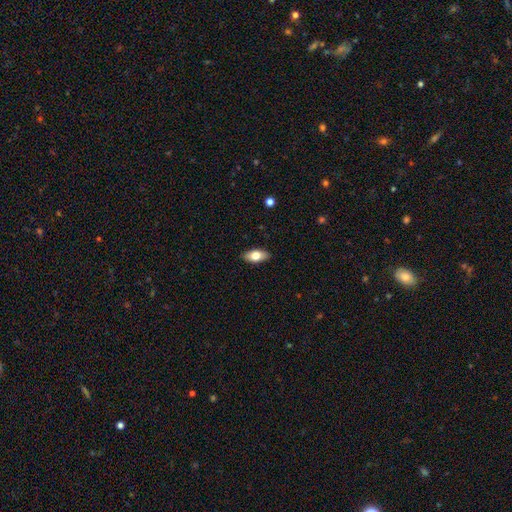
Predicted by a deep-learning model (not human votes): Overall: smooth (73%). How rounded: in between (88%). Merging: none (89%).